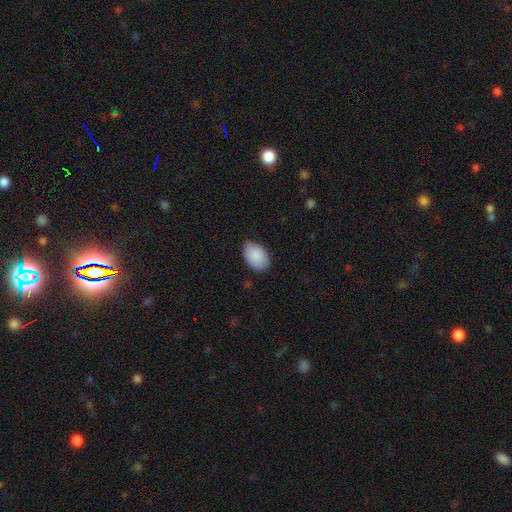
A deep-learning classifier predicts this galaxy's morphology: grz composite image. It shows a smooth galaxy with no disk features (89%) that is in between round and cigar-shaped (88%). Merging: none (68%).